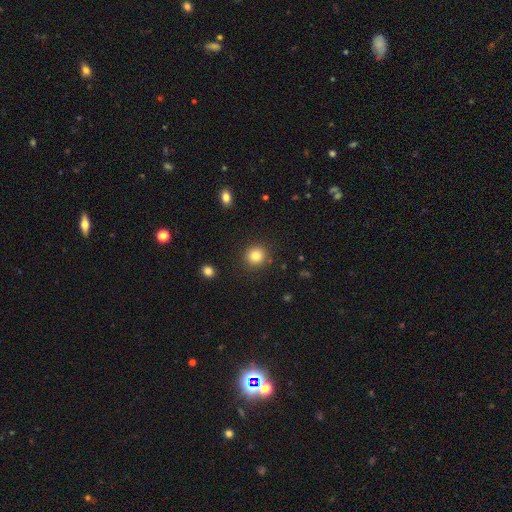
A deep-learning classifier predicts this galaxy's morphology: smooth_or_featured: smooth (p=0.82) [alt: star or artifact p=0.12]
how_rounded: round (p=0.92) [alt: in between p=0.08]
merging: none (p=0.90) [alt: minor disturbance p=0.06]